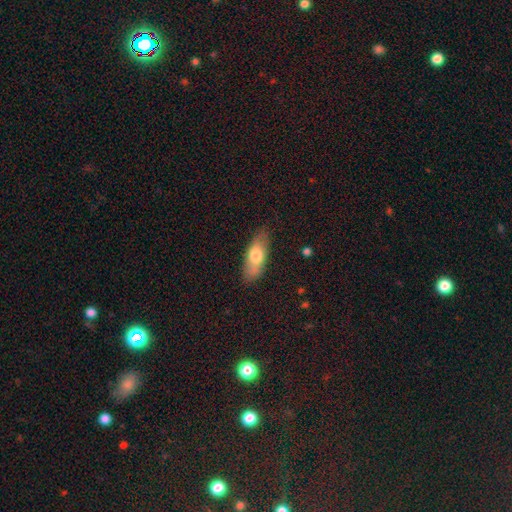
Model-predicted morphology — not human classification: A smooth galaxy with no disk features (69%) that is in between round and cigar-shaped (71%). Merging: none (79%).